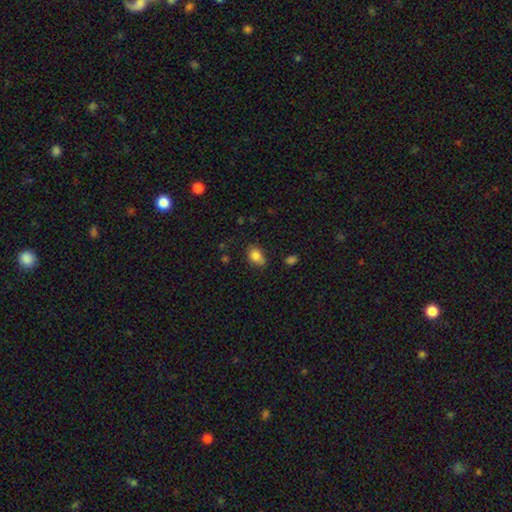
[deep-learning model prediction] Overall: smooth (83%). How rounded: in between (76%). Merging: none (65%; minor disturbance 27%).